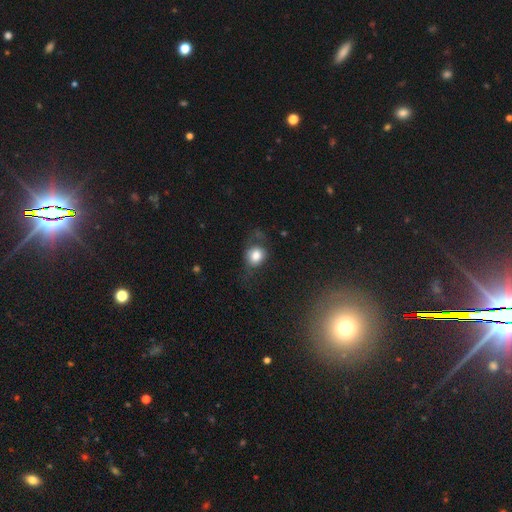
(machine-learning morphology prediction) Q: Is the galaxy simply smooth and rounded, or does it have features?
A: smooth — 74%.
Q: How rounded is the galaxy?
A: round — 66%.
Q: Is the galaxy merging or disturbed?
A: none — 45%.